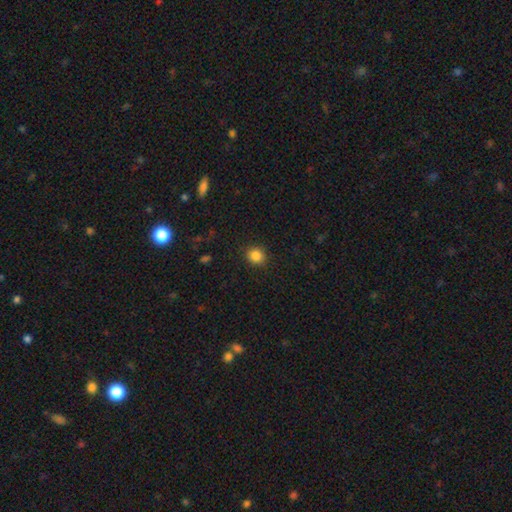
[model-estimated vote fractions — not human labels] Smooth or featured? smooth (85%)
How rounded? round (85%)
Merging? none (90%)